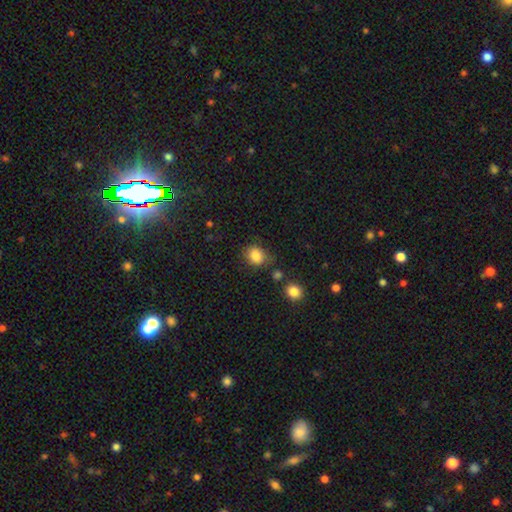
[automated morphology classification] This is clearly a smooth galaxy (84%). How rounded: possibly in between (52%). Merging: likely none (66%).